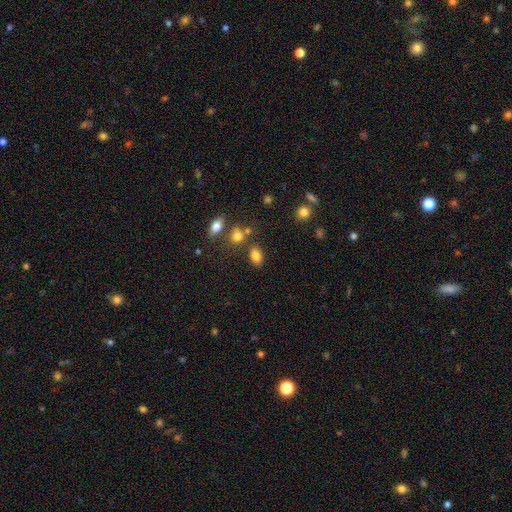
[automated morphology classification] Overall: smooth (82%). How rounded: in between (84%). Merging: none (73%).